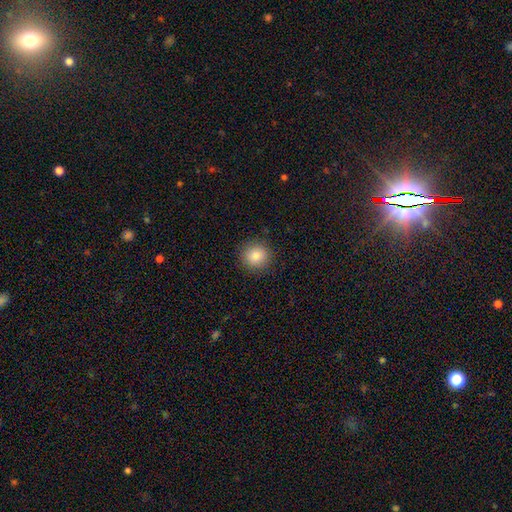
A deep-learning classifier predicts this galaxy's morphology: type=smooth (85%); roundness=round (92%); merging=none (90%).